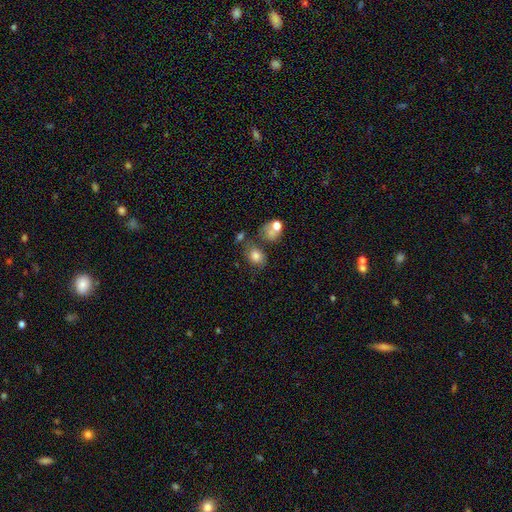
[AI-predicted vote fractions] smooth_or_featured: smooth (p=0.76) [alt: featured or disk p=0.14]
how_rounded: in between (p=0.52) [alt: round p=0.46]
merging: none (p=0.51) [alt: minor disturbance p=0.20]